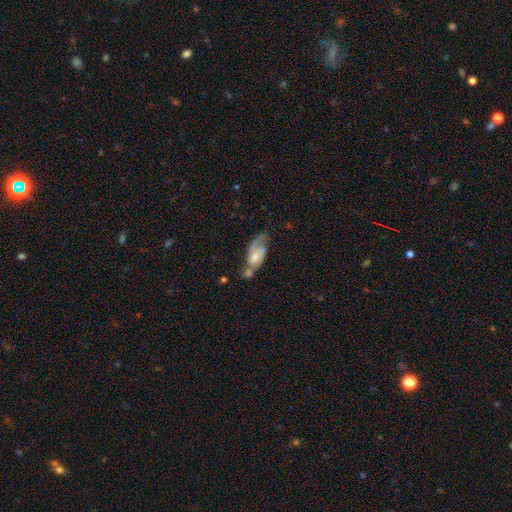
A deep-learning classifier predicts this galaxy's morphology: The model was most divided on "merging": none: 34%, merger: 29%, minor disturbance: 20%, major disturbance: 16%. Remaining: edge-on disk — no (93%); spiral arms — yes (87%); smooth or featured — featured or disk (68%); spiral arm count — 2 (66%); bar — no (62%); bulge size — moderate (48%); spiral winding — medium (45%).